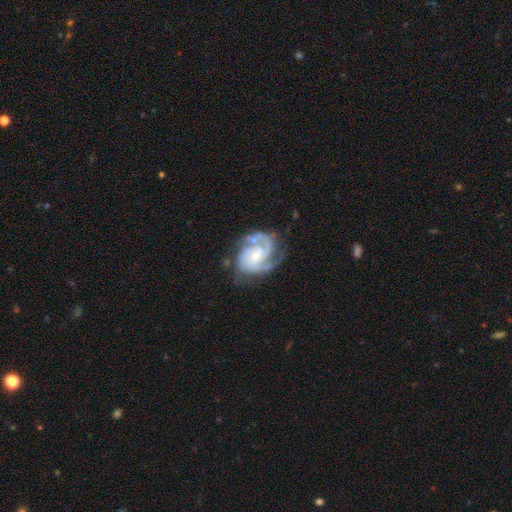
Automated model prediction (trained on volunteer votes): This is clearly a featured or disk galaxy (90%). It is clearly not viewed edge-on (98%). Bar: possibly no (58%). Spiral arm pattern: clearly yes (97%). Spiral arm count: possibly 2 (47%). Spiral winding: possibly tight (52%). Central bulge: possibly small (59%). Merging: possibly none (59%).